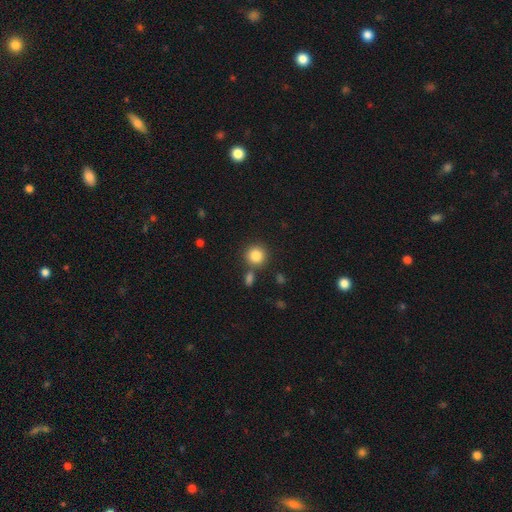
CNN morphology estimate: type=smooth (85%); roundness=round (91%); merging=none (77%).